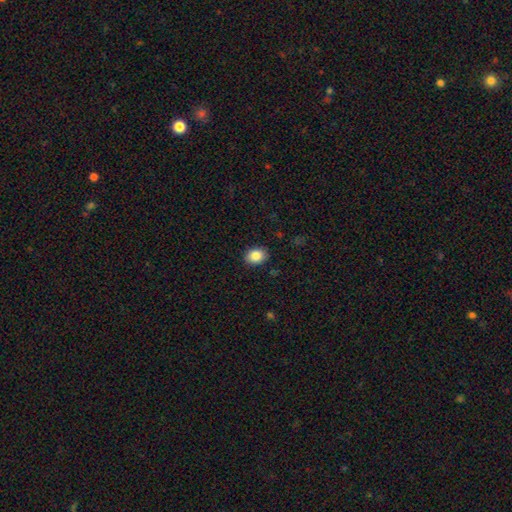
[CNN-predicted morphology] Overall: smooth (87%). How rounded: in between (59%; round 40%). Merging: none (89%).